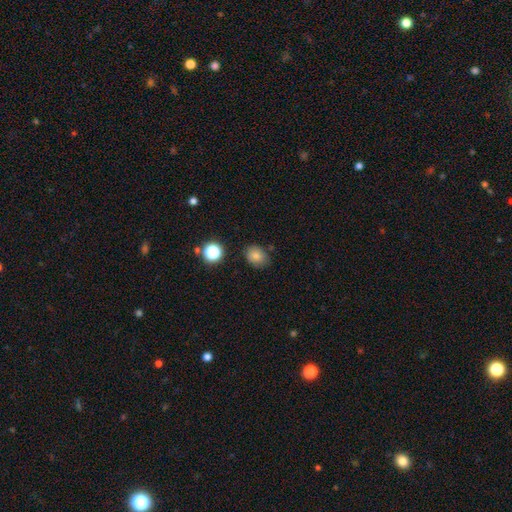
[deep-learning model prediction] smooth_or_featured: smooth (p=0.81) [alt: star or artifact p=0.13]
how_rounded: in between (p=0.50) [alt: round p=0.49]
merging: none (p=0.79) [alt: minor disturbance p=0.15]